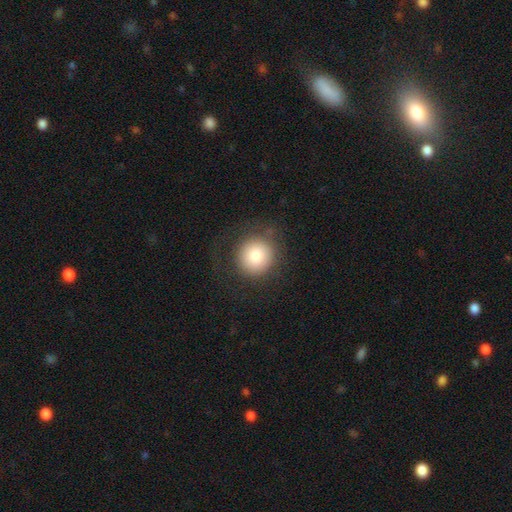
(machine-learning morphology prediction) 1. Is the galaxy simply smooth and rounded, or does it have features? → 81% smooth, 10% featured or disk, 9% star or artifact.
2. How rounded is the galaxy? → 92% round, 7% in between, 1% cigar-shaped.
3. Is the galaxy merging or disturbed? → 79% none, 12% minor disturbance, 8% major disturbance, 1% merger.